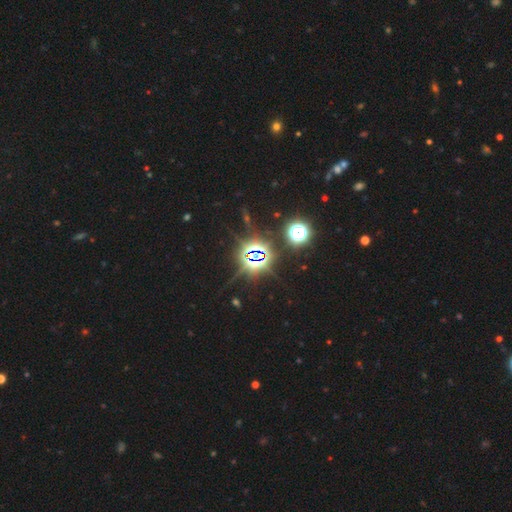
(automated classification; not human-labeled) Smooth or featured?
  - star or artifact: 80% *
  - smooth: 11%
  - featured or disk: 9%